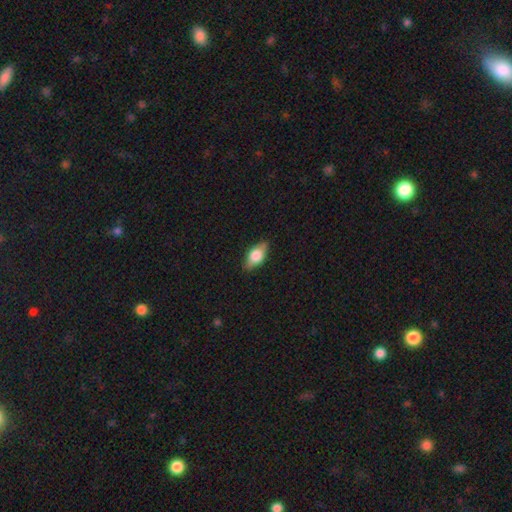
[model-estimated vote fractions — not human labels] Overall: smooth (63%; featured or disk 29%). How rounded: in between (85%). Merging: none (83%).